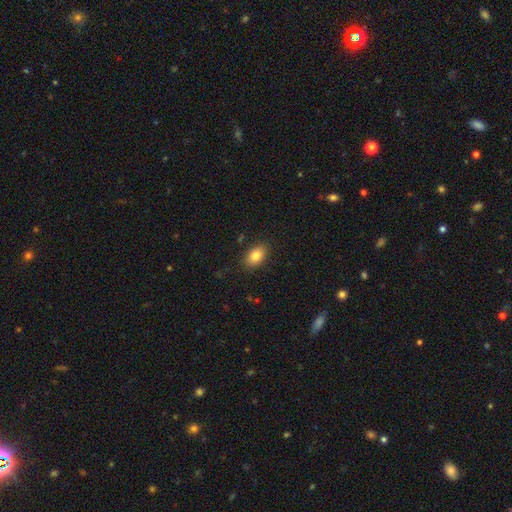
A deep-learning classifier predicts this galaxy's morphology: This appears to be a smooth galaxy with no disk features (84%) that is in between round and cigar-shaped (87%). Merging: none (87%).